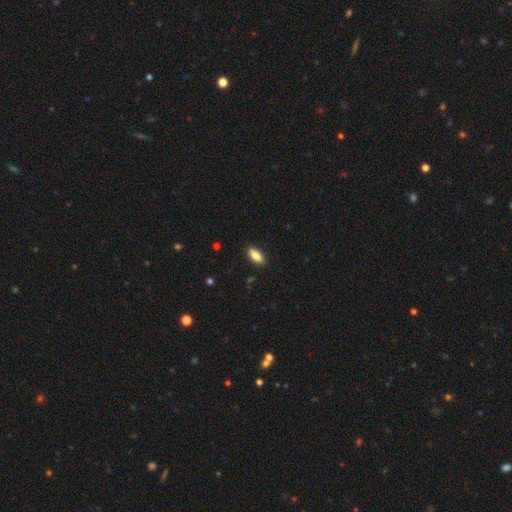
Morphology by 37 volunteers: A smooth galaxy with no disk features (86%) that is in between round and cigar-shaped (78%).

Vote fractions:
- Smooth or featured? smooth: 86% / featured or disk: 11% / star or artifact: 3%
- How rounded? in between: 78% / cigar-shaped: 19% / round: 3%
- Merging? none: 86% / minor disturbance: 8% / merger: 6% / major disturbance: 0%